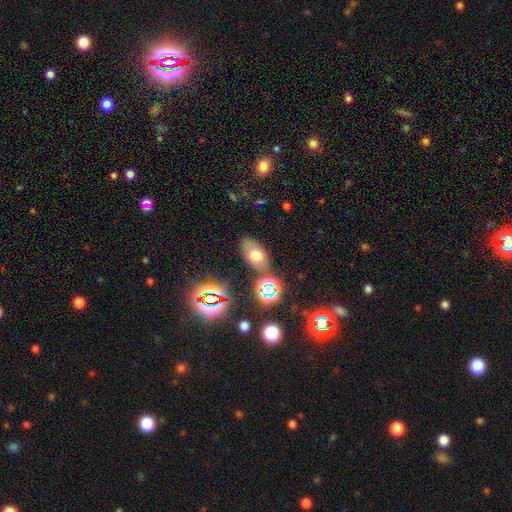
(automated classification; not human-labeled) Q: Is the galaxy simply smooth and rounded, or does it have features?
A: smooth — 63%.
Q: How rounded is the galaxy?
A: in between — 85%.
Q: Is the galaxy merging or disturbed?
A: none — 75%.